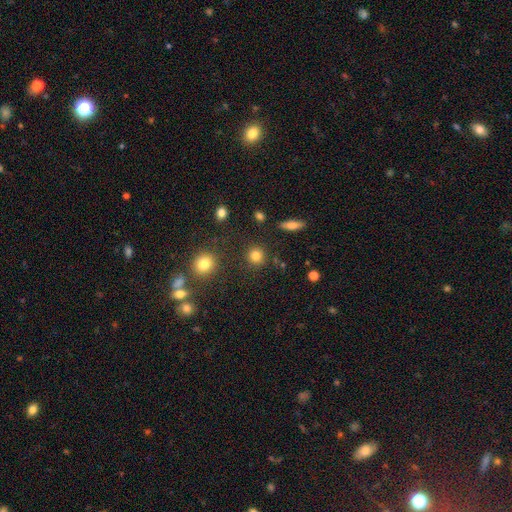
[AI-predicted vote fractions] Smooth or featured?
  - smooth: 82% *
  - star or artifact: 12%
  - featured or disk: 6%
How rounded?
  - round: 91% *
  - in between: 8%
  - cigar-shaped: 1%
Merging?
  - none: 87% *
  - minor disturbance: 7%
  - merger: 3%
  - major disturbance: 3%